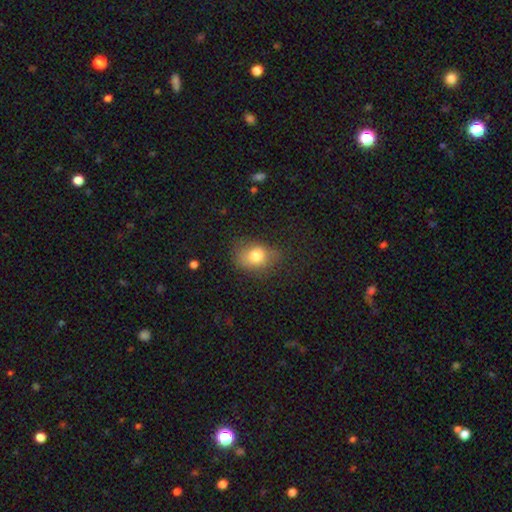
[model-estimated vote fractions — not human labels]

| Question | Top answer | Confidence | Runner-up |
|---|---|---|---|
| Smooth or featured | smooth | 78% | featured or disk (12%) |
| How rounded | in between | 63% | round (36%) |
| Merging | none | 65% | minor disturbance (24%) |